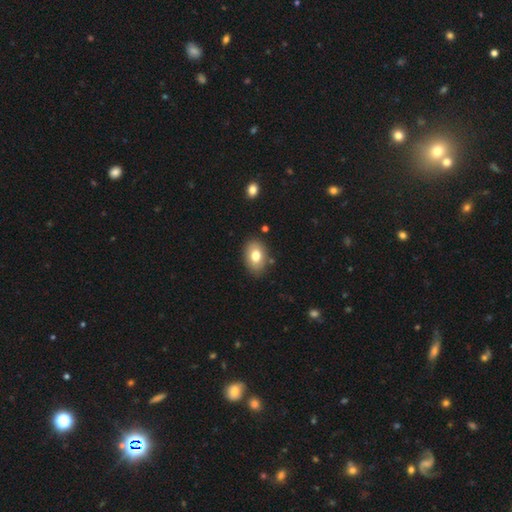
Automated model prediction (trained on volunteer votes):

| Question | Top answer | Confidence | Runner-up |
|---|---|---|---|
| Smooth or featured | smooth | 77% | featured or disk (15%) |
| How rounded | in between | 82% | round (17%) |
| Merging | none | 83% | minor disturbance (11%) |